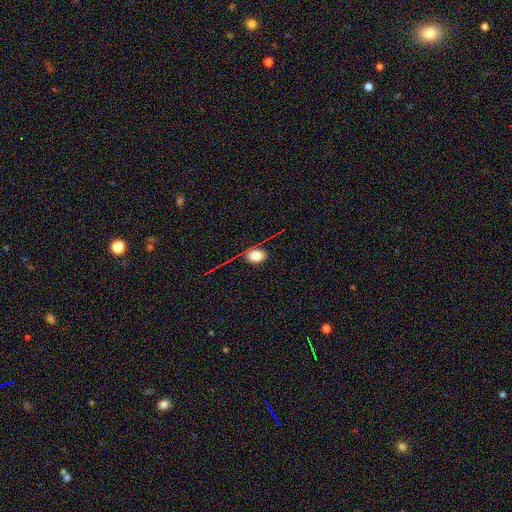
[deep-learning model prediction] Smooth or featured? Predicted: smooth (p=0.77). How rounded? Predicted: in between (p=0.72). Merging? Predicted: none (p=0.82).